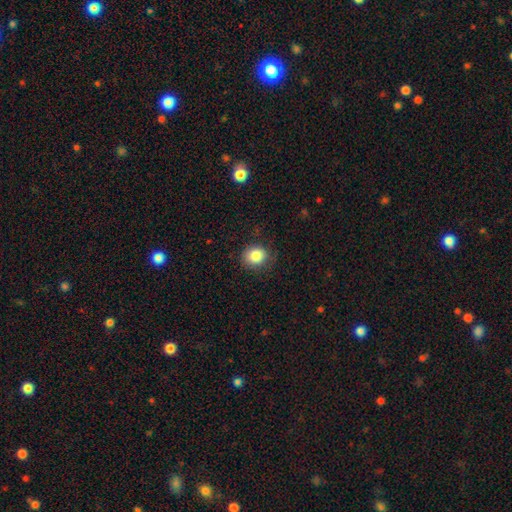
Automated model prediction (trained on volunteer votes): smooth 85%, star or artifact 10%, featured or disk 6%. Down the decision tree: how rounded — round (70%); merging — none (80%).